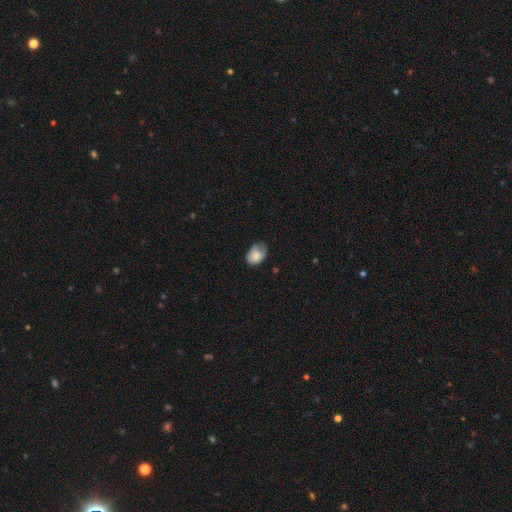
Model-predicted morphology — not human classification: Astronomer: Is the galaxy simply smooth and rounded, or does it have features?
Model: smooth — 74%.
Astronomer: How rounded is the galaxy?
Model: in between — 75%.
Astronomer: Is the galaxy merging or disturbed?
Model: none — 41% (runner-up: minor disturbance, 40%).